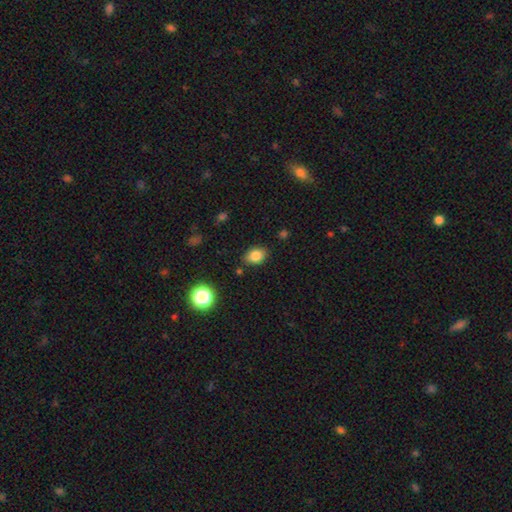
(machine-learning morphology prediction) smooth 82%, star or artifact 10%, featured or disk 8%. Down the decision tree: how rounded — in between (76%); merging — none (82%).